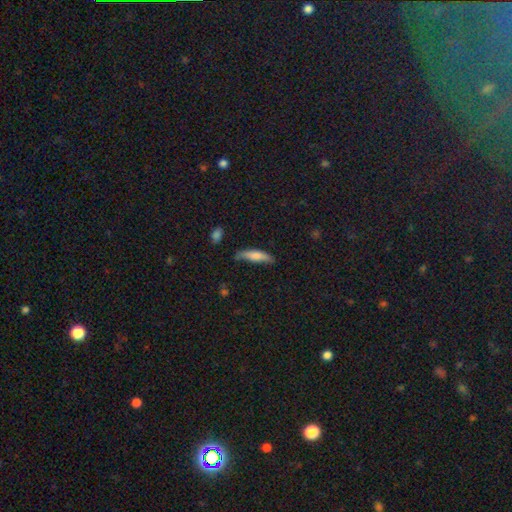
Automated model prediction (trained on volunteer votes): Overall: smooth (73%). How rounded: cigar-shaped (69%; in between 29%). Merging: none (61%; minor disturbance 29%).